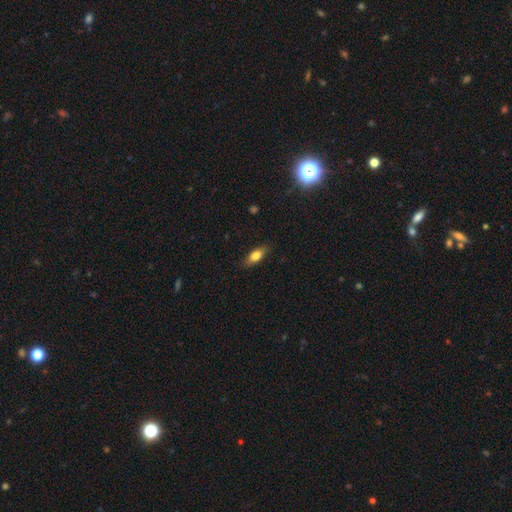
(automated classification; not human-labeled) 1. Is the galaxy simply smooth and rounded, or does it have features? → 75% smooth, 18% featured or disk, 8% star or artifact.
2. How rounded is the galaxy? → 73% in between, 23% cigar-shaped, 4% round.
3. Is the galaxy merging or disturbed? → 82% none, 14% minor disturbance, 3% major disturbance, 1% merger.